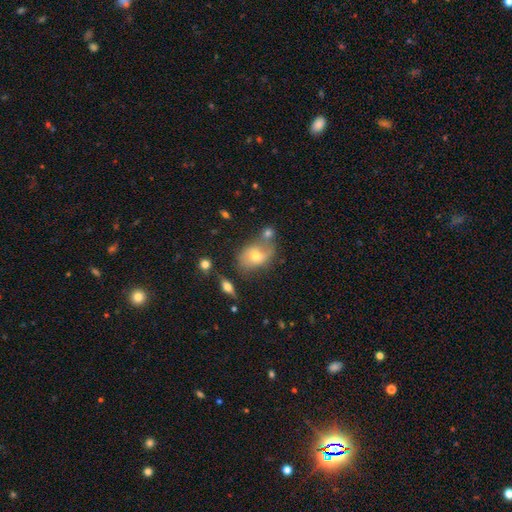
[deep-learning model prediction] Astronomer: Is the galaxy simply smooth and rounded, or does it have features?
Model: smooth — 52% (runner-up: featured or disk, 36%).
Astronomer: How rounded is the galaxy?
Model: in between — 69%.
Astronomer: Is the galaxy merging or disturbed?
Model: none — 47% (runner-up: merger, 23%).